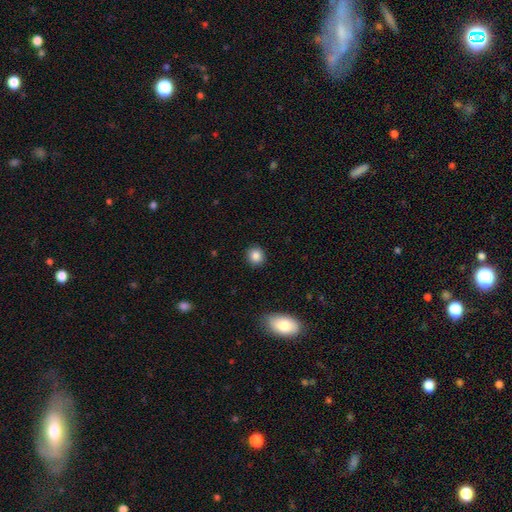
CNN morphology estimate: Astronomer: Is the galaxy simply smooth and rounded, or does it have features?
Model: smooth — 86%.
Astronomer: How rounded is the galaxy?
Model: round — 89%.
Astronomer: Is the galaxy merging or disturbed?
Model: none — 91%.